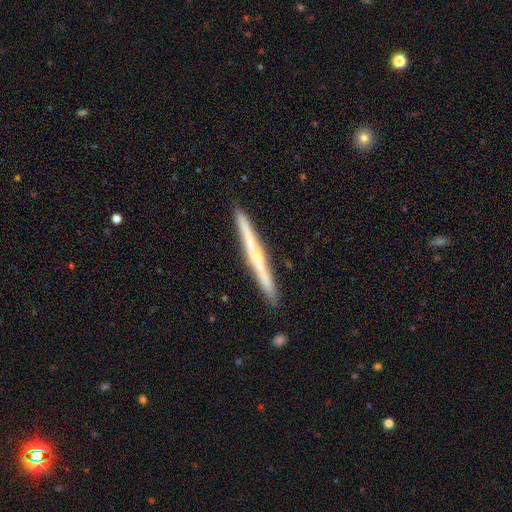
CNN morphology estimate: This is possibly a featured or disk galaxy (59%). It is clearly viewed edge-on (98%). Edge-on bulge: likely none (68%). Merging: clearly none (91%).